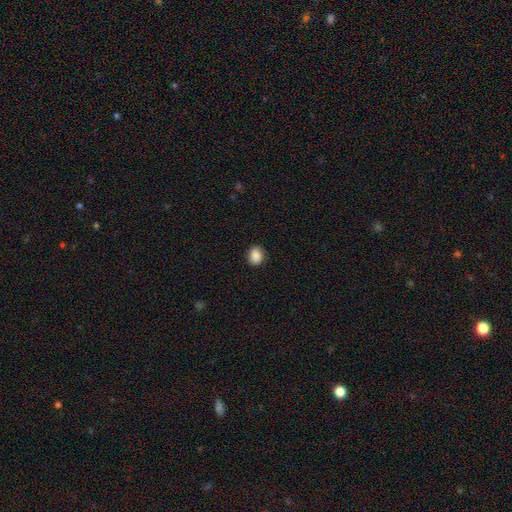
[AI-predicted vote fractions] This appears to be a smooth galaxy with no disk features (86%) that is round (60%). Merging: none (85%).